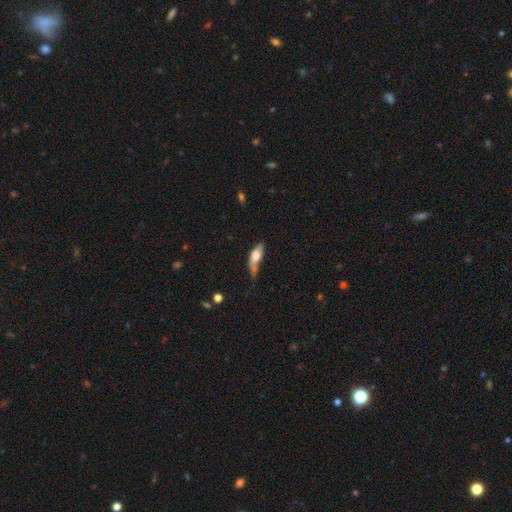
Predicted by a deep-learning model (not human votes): This is likely a smooth galaxy (65%). How rounded: likely in between (64%). Merging: marginally minor disturbance (39%).